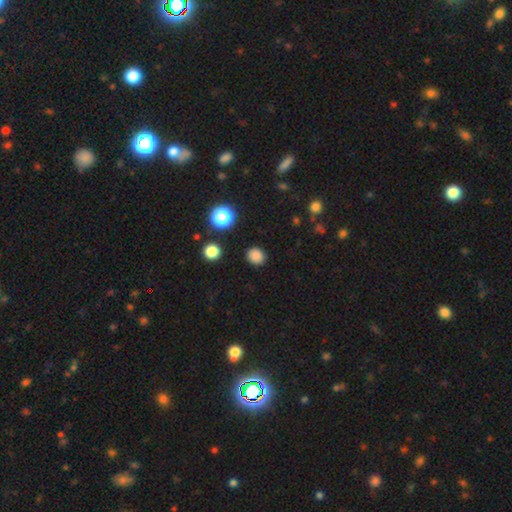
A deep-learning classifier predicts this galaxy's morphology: This is clearly a smooth galaxy (83%). How rounded: likely round (73%). Merging: clearly none (88%).